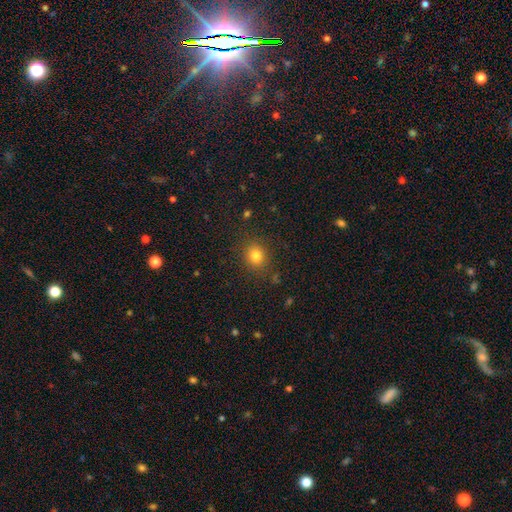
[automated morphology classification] Smooth or featured: smooth — 80% (star or artifact — 14%)
How rounded: round — 82% (in between — 17%)
Merging: none — 86% (minor disturbance — 9%)